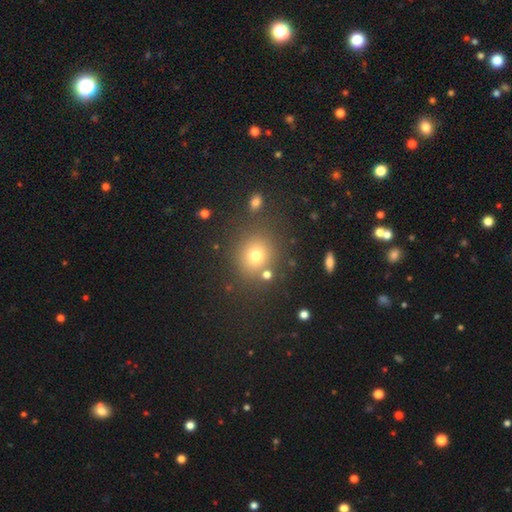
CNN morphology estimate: Smooth or featured? smooth (73%)
How rounded? round (83%)
Merging? none (80%)